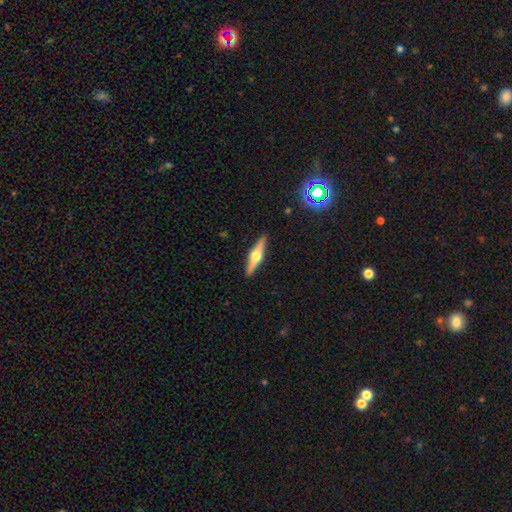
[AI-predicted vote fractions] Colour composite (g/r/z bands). It shows a featured or disk galaxy (67%) viewed edge-on (97%) with a rounded central bulge (95%). Merging: none (91%).